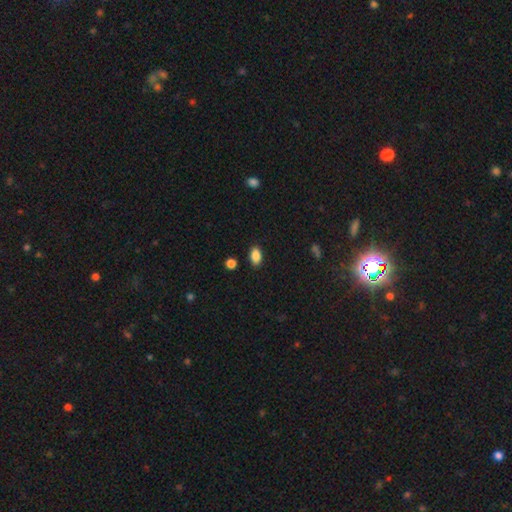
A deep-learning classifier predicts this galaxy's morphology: smooth 88%, star or artifact 8%, featured or disk 4%. Down the decision tree: how rounded — in between (90%); merging — none (87%).